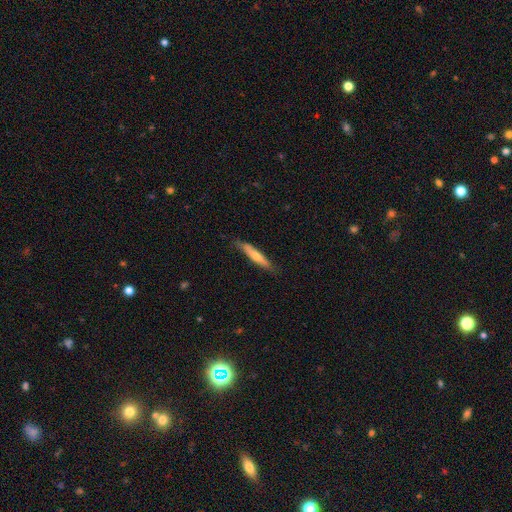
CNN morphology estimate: Smooth or featured? Predicted: smooth (p=0.49). Merging? Predicted: none (p=0.83).